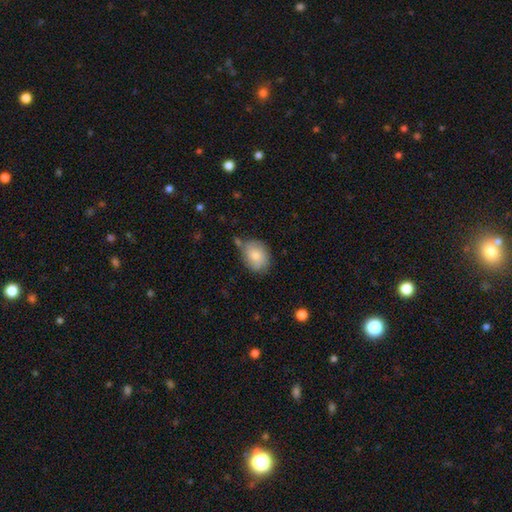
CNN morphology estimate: Smooth or featured? smooth (76%)
How rounded? in between (62%)
Merging? none (62%)